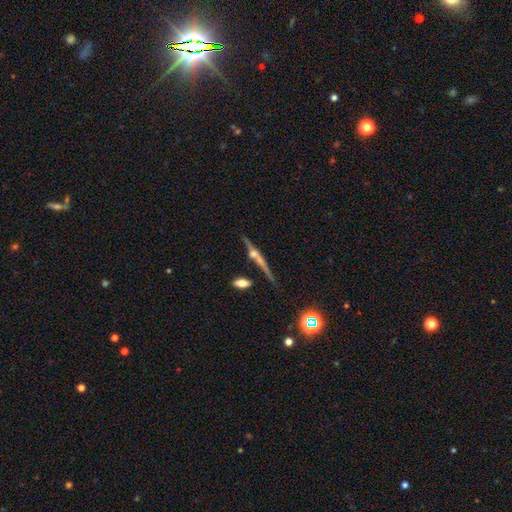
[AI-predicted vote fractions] Q: Smooth or featured?
A: featured or disk (73%); runner-up: smooth (18%)
Q: Edge-on disk?
A: yes (94%); runner-up: no (6%)
Q: Edge-on bulge?
A: rounded (83%); runner-up: none (9%)
Q: Merging?
A: none (65%); runner-up: minor disturbance (15%)